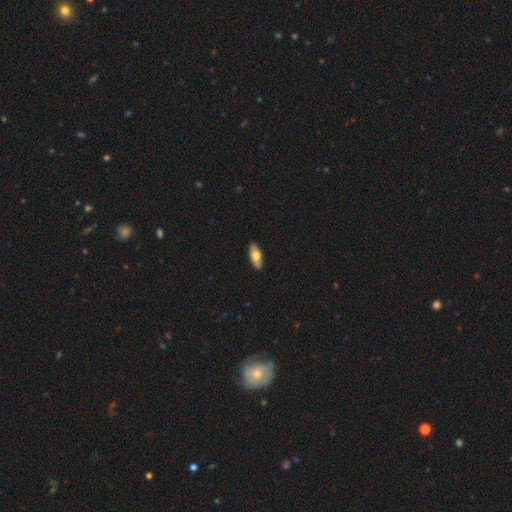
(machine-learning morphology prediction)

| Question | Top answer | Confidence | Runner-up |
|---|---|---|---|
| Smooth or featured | smooth | 66% | featured or disk (28%) |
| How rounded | in between | 78% | cigar-shaped (19%) |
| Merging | none | 88% | minor disturbance (9%) |